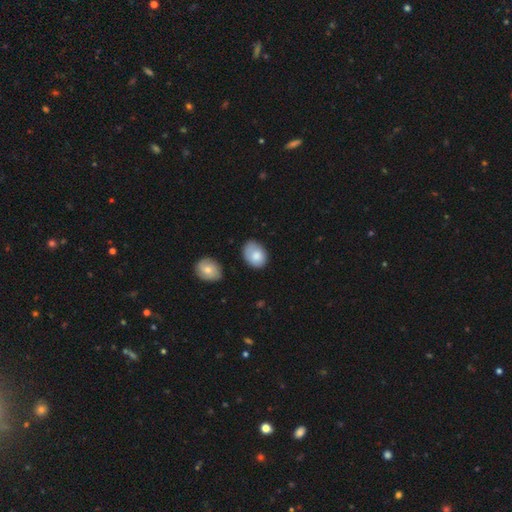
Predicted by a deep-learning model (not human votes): The model was most divided on "merging": none: 61%, minor disturbance: 28%, major disturbance: 7%, merger: 4%. More confident: smooth or featured — smooth (82%); how rounded — in between (69%).